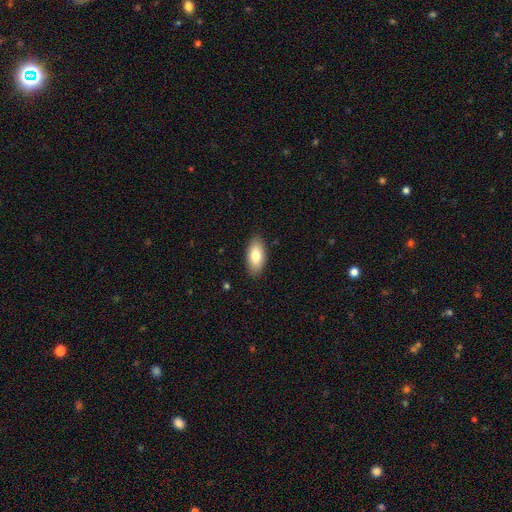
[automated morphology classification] A smooth galaxy with no disk features (79%) that is in between round and cigar-shaped (92%).

Vote fractions:
- Smooth or featured? smooth: 79% / featured or disk: 14% / star or artifact: 6%
- How rounded? in between: 92% / cigar-shaped: 6% / round: 3%
- Merging? none: 88% / minor disturbance: 9% / major disturbance: 2% / merger: 1%